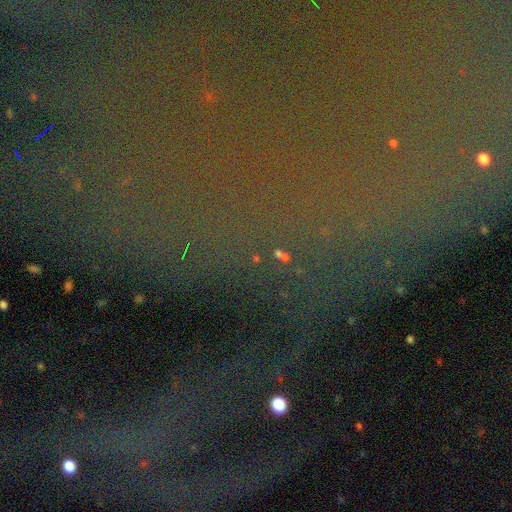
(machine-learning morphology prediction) This appears to be a star or artifact, not a galaxy (80%).